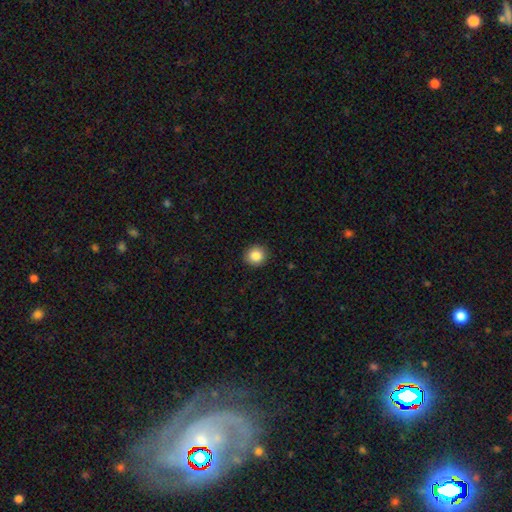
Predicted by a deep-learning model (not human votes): Overall: smooth (85%). How rounded: round (88%). Merging: none (92%).